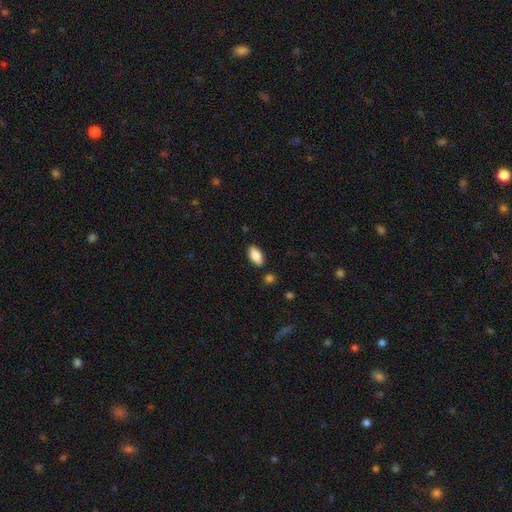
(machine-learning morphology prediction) Smooth or featured?
  - smooth: 83% *
  - featured or disk: 11%
  - star or artifact: 7%
How rounded?
  - in between: 90% *
  - cigar-shaped: 8%
  - round: 3%
Merging?
  - none: 86% *
  - minor disturbance: 9%
  - merger: 2%
  - major disturbance: 2%